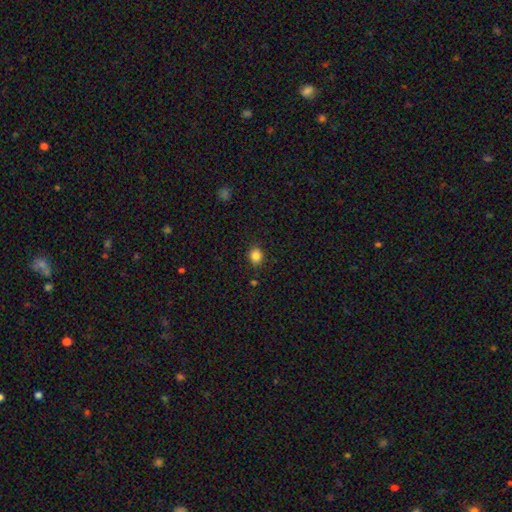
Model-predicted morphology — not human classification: Q: Smooth or featured?
A: smooth (85%); runner-up: star or artifact (11%)
Q: How rounded?
A: round (64%); runner-up: in between (35%)
Q: Merging?
A: none (86%); runner-up: minor disturbance (10%)